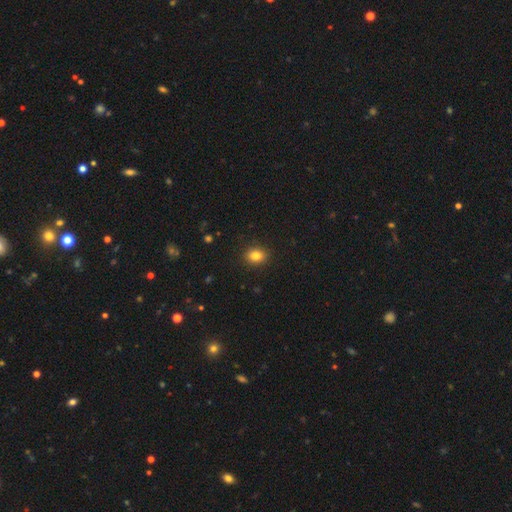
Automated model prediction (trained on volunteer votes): Q: Smooth or featured?
A: smooth (84%); runner-up: star or artifact (10%)
Q: How rounded?
A: in between (56%); runner-up: round (43%)
Q: Merging?
A: none (90%); runner-up: minor disturbance (7%)